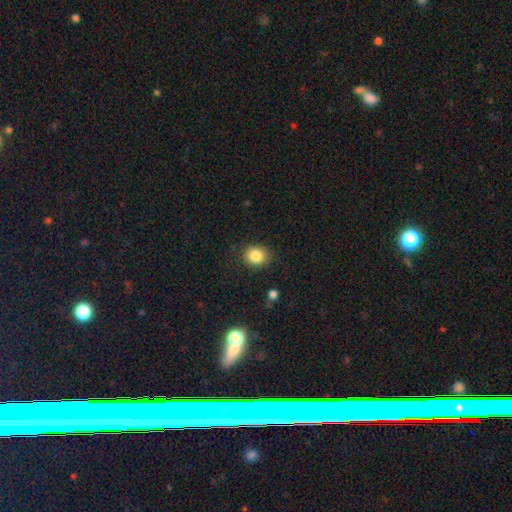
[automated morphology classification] smooth 84%, star or artifact 10%, featured or disk 5%. Down the decision tree: how rounded — round (69%); merging — none (86%).